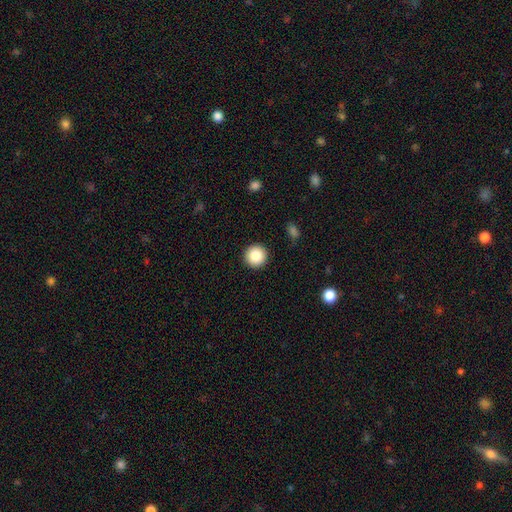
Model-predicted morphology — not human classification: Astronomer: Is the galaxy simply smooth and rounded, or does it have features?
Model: smooth — 86%.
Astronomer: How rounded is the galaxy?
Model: round — 96%.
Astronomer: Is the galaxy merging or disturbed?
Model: none — 92%.